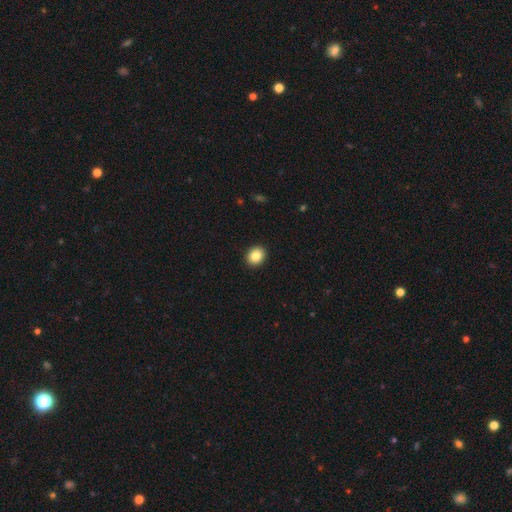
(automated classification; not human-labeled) The model was most divided on "how rounded": round: 66%, in between: 33%, cigar-shaped: 1%. More confident: merging — none (92%); smooth or featured — smooth (86%).